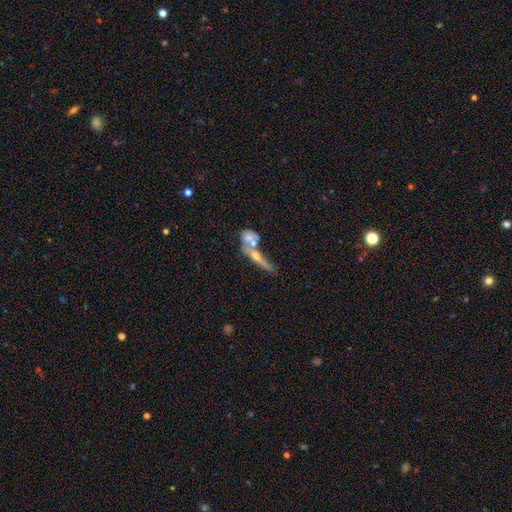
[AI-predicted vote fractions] Overall: featured or disk (52%; smooth 40%). Edge-on disk: yes (63%; no 37%). Merging: merger (55%; none 25%).